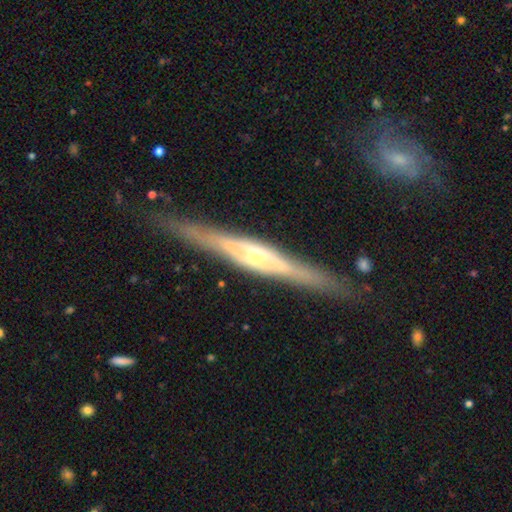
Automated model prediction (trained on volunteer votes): This appears to be a featured or disk galaxy (82%) viewed edge-on (95%) with a rounded central bulge (70%). Merging: none (85%).